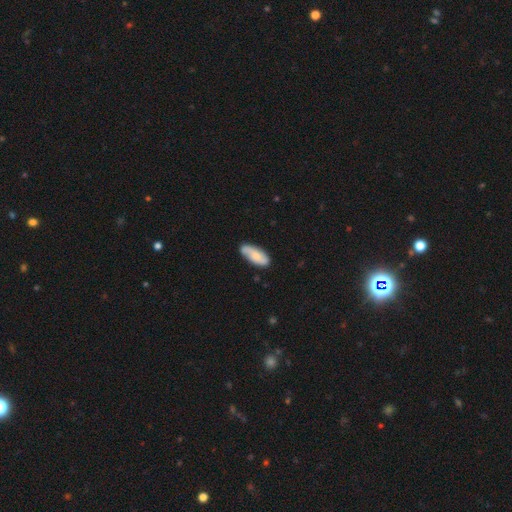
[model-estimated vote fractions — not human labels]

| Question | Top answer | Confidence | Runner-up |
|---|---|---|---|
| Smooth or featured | smooth | 56% | featured or disk (38%) |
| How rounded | in between | 82% | cigar-shaped (16%) |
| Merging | none | 76% | minor disturbance (18%) |